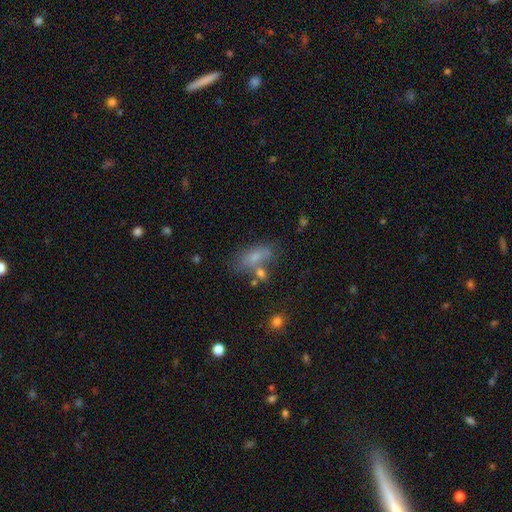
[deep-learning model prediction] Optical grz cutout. It shows a smooth galaxy with no disk features (63%) that is in between round and cigar-shaped (74%). Merging: none (57%).